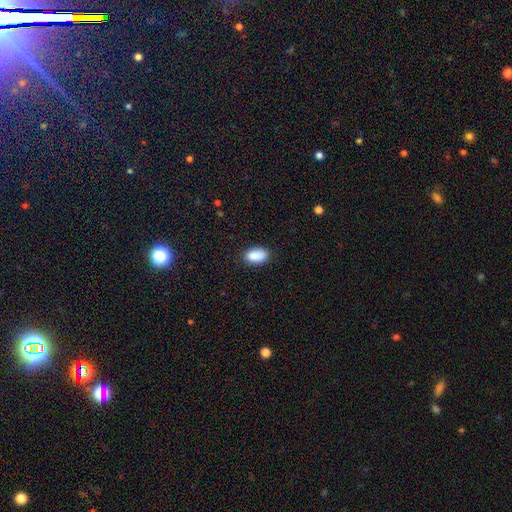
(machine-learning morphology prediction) Smooth or featured? Predicted: smooth (p=0.89). How rounded? Predicted: in between (p=0.93). Merging? Predicted: none (p=0.85).